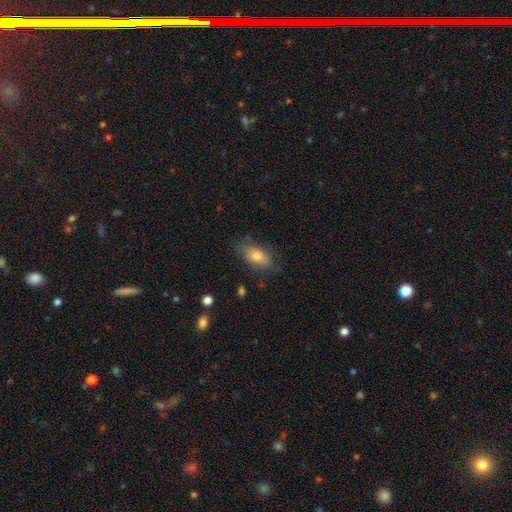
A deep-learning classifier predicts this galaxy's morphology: smooth 72%, featured or disk 18%, star or artifact 10%. Down the decision tree: how rounded — in between (86%); merging — none (77%).